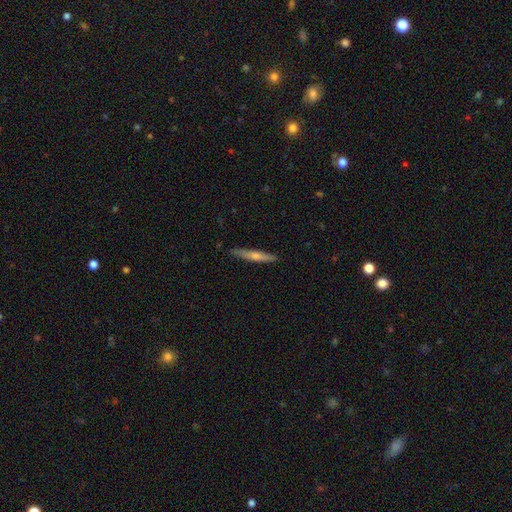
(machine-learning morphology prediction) The model was most divided on "smooth or featured": featured or disk: 53%, smooth: 41%, star or artifact: 6%. More confident: edge-on disk — yes (95%); merging — none (88%); edge-on bulge — rounded (75%).